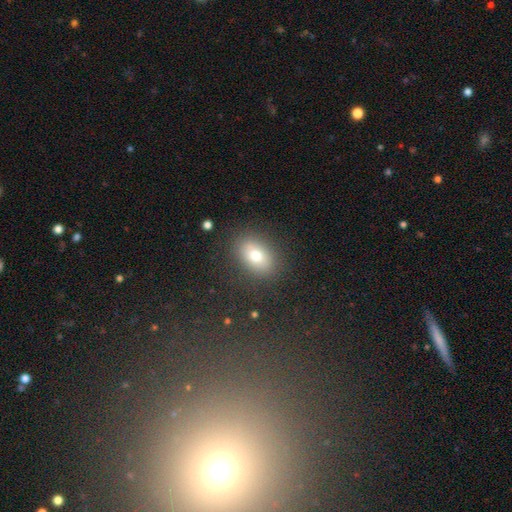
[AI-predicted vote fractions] The model was most divided on "how rounded": in between: 80%, round: 18%, cigar-shaped: 2%. More confident: merging — none (85%); smooth or featured — smooth (76%).